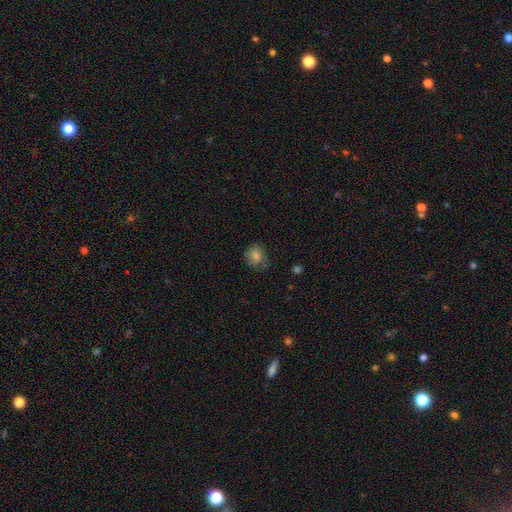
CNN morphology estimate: A smooth galaxy with no disk features (70%) that is round (66%). Merging: none (67%).